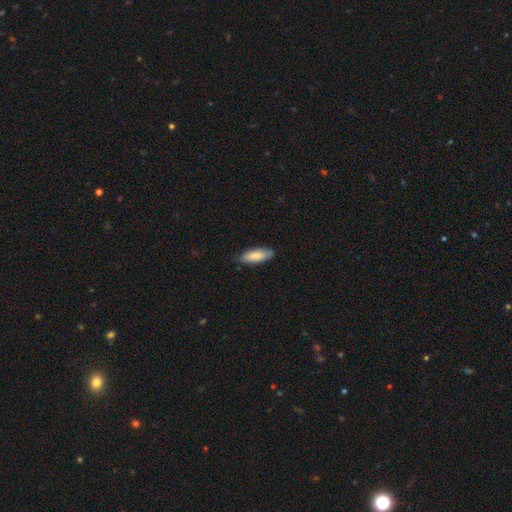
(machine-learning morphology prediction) This appears to be a smooth galaxy with no disk features (84%) that is in between round and cigar-shaped (66%). Merging: none (81%).